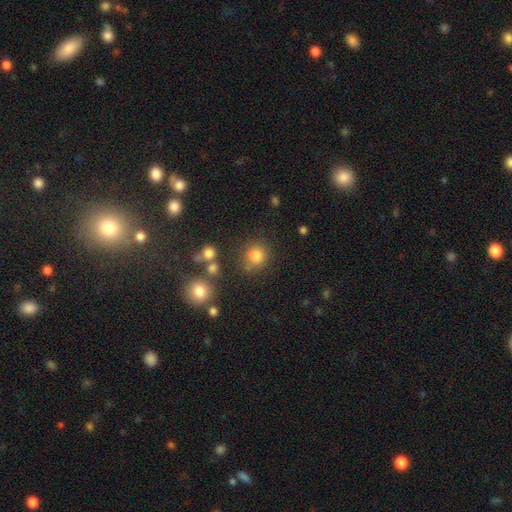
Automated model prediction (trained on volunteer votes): The model was most divided on "merging": none: 72%, minor disturbance: 12%, merger: 11%, major disturbance: 6%. More confident: how rounded — round (87%); smooth or featured — smooth (79%).